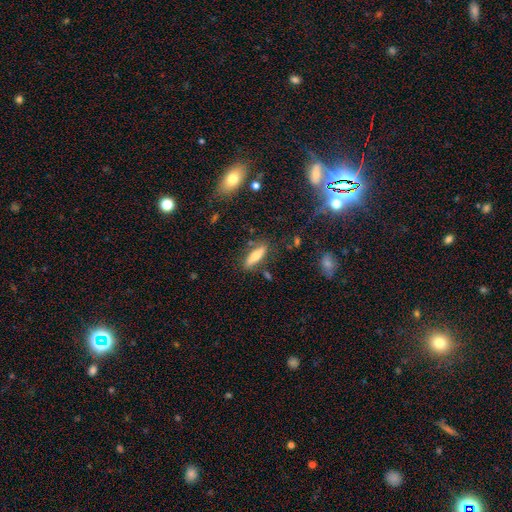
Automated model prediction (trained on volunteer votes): Smooth or featured? smooth (62%)
How rounded? cigar-shaped (56%)
Merging? none (80%)